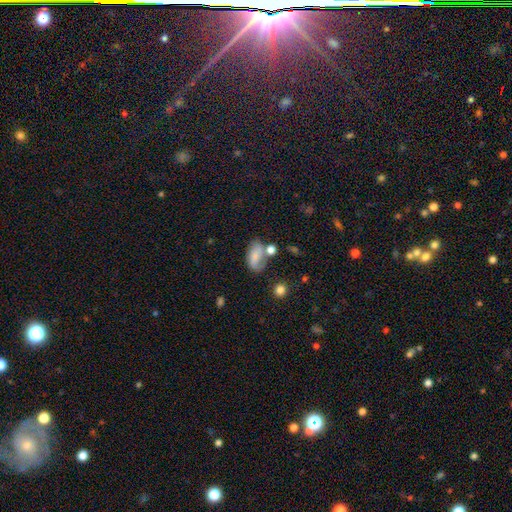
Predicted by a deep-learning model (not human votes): This appears to be a smooth galaxy with no disk features (66%) that is in between round and cigar-shaped (88%). Merging: none (42%).